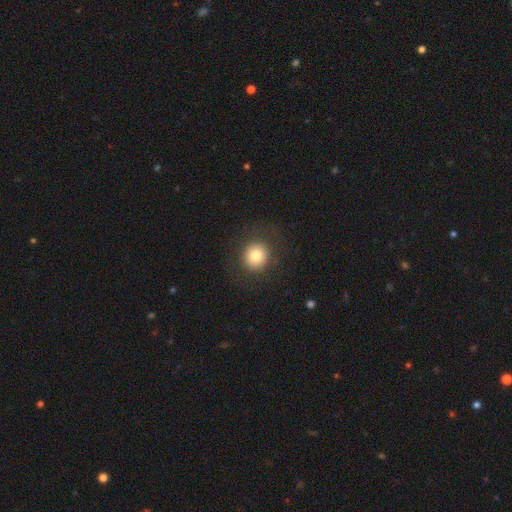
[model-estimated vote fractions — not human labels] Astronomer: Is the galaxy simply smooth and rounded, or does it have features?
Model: smooth — 79%.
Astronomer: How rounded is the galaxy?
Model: round — 90%.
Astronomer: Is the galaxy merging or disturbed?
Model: none — 87%.